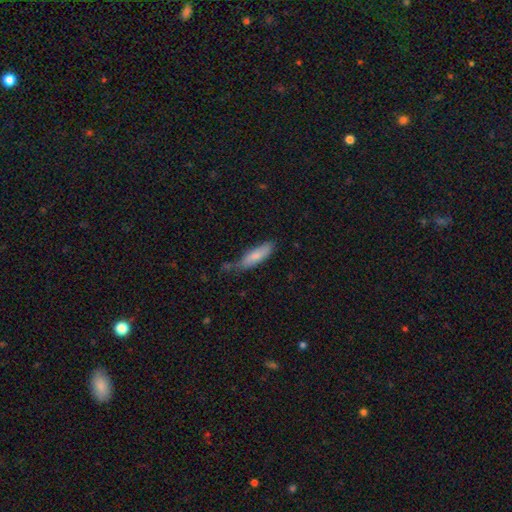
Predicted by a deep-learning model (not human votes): Smooth or featured? smooth (77%)
How rounded? cigar-shaped (59%)
Merging? none (55%)